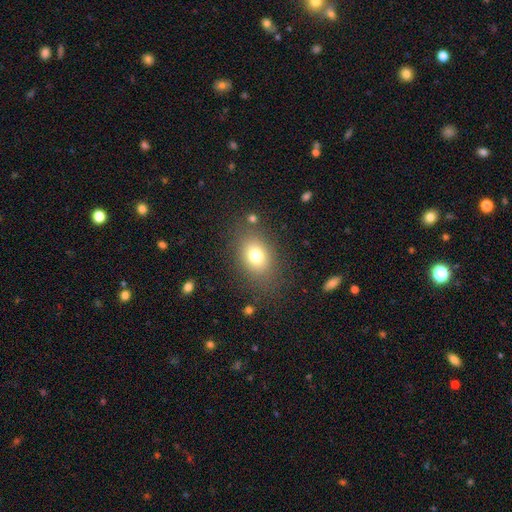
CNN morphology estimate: type=smooth (75%); roundness=in between (65%); merging=none (79%).